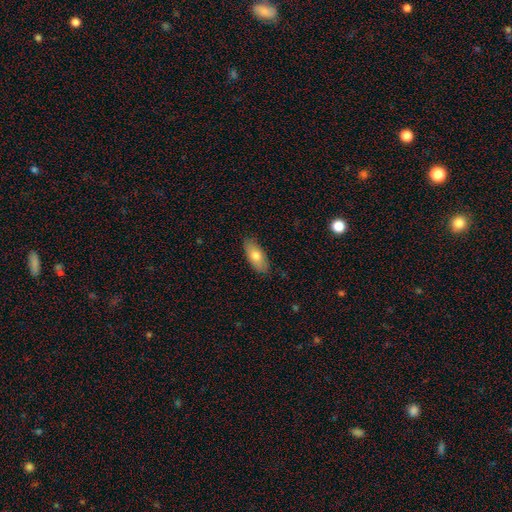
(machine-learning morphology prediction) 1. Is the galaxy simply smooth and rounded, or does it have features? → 75% smooth, 19% featured or disk, 6% star or artifact.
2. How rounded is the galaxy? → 86% in between, 11% cigar-shaped, 3% round.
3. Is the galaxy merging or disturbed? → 86% none, 11% minor disturbance, 2% major disturbance, 1% merger.